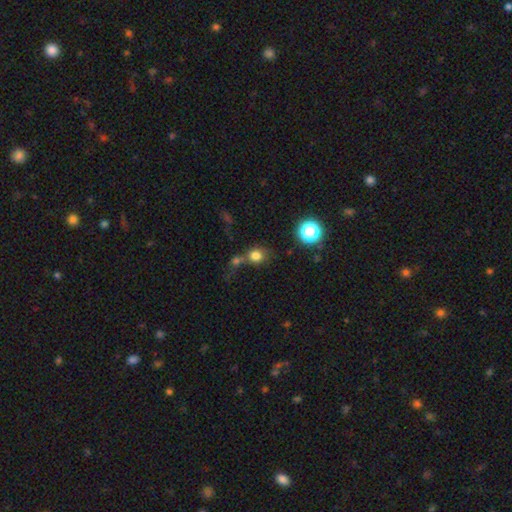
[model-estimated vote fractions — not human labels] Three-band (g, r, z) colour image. It shows a smooth galaxy with no disk features (77%) that is round (80%). Merging: none (52%).